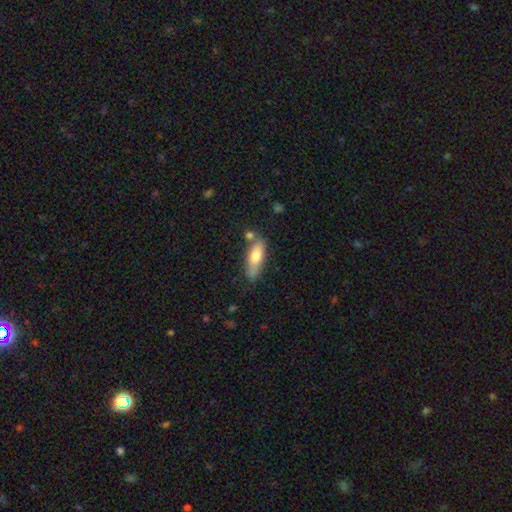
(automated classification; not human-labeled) Smooth or featured? Predicted: smooth (p=0.71). How rounded? Predicted: in between (p=0.54). Merging? Predicted: none (p=0.64).